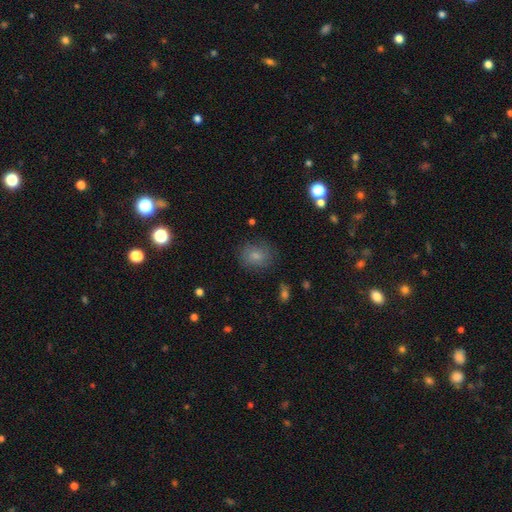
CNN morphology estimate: Smooth or featured? Predicted: smooth (p=0.75). How rounded? Predicted: round (p=0.67). Merging? Predicted: none (p=0.75).